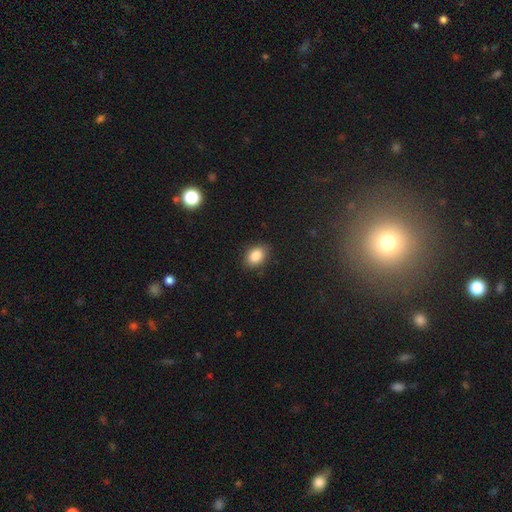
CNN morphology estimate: smooth_or_featured: smooth (p=0.87) [alt: star or artifact p=0.09]
how_rounded: in between (p=0.79) [alt: round p=0.20]
merging: none (p=0.86) [alt: minor disturbance p=0.11]